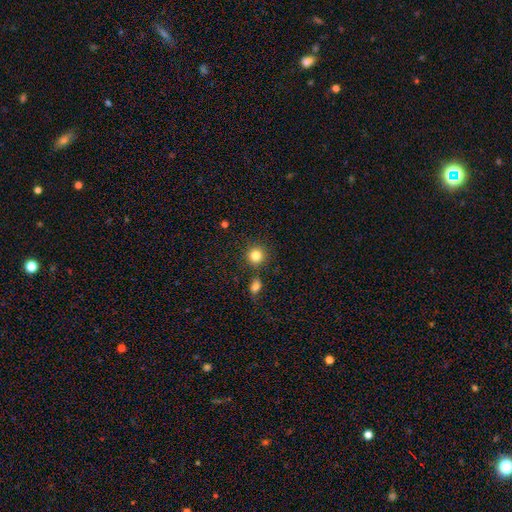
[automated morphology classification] smooth-or-featured: smooth: 83% | star or artifact: 12% | featured or disk: 6%
  how-rounded: round: 92% | in between: 7% | cigar-shaped: 1%
  merging: none: 82% | minor disturbance: 8% | merger: 7% | major disturbance: 3%